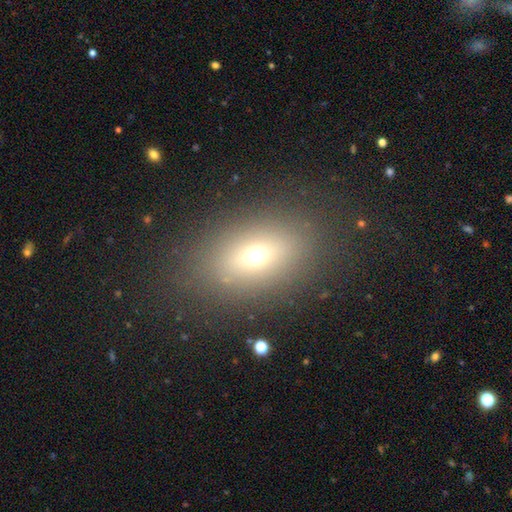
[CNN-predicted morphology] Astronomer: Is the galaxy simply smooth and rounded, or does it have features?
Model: smooth — 62%.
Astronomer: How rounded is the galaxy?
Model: in between — 78%.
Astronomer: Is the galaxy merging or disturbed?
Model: none — 83%.